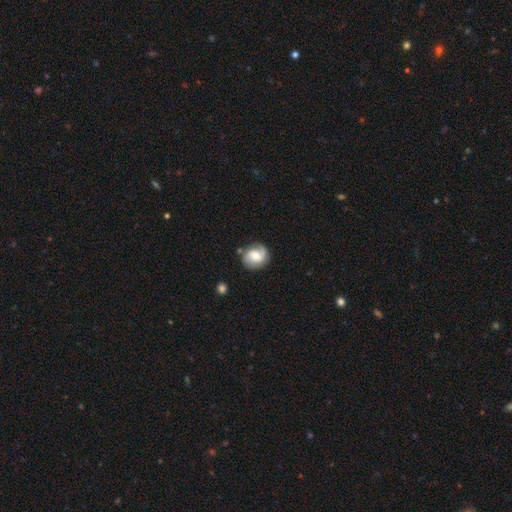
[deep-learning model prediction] featured or disk 58%, smooth 35%, star or artifact 7%. Down the decision tree: edge-on disk — no (97%); bar — no (46%); spiral arms — yes (88%); bulge size — moderate (67%); merging — none (73%).